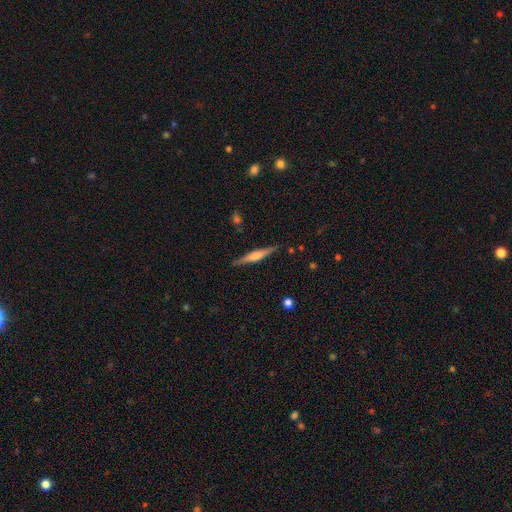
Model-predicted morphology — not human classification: featured or disk 62%, smooth 31%, star or artifact 6%. Down the decision tree: edge-on disk — yes (98%); edge-on bulge — rounded (65%); merging — none (89%).